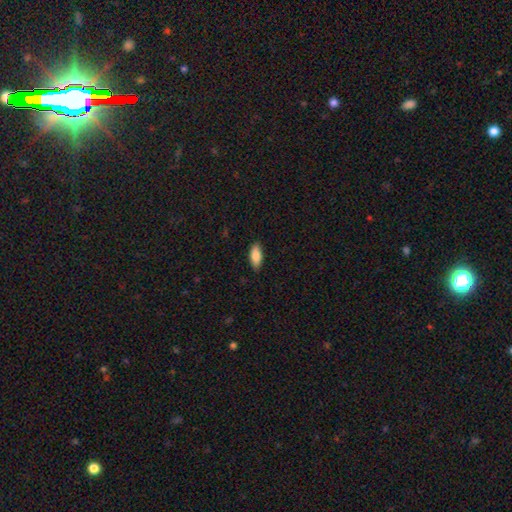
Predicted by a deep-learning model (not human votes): Smooth or featured: smooth — 84% (featured or disk — 10%)
How rounded: in between — 82% (cigar-shaped — 16%)
Merging: none — 87% (minor disturbance — 10%)